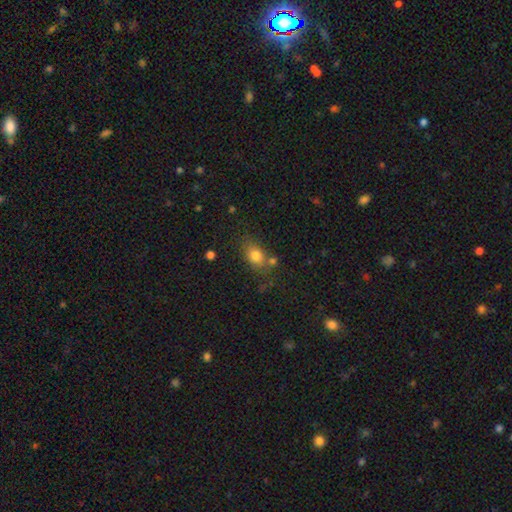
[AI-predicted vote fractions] Morphology: type=smooth (79%); roundness=in between (66%); merging=none (61%).